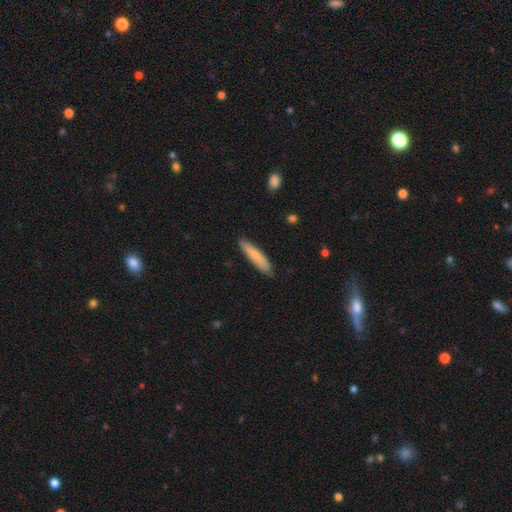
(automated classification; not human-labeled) smooth-or-featured: smooth: 80% | featured or disk: 14% | star or artifact: 5%
  how-rounded: cigar-shaped: 87% | in between: 12% | round: 1%
  merging: none: 87% | minor disturbance: 10% | major disturbance: 2% | merger: 1%